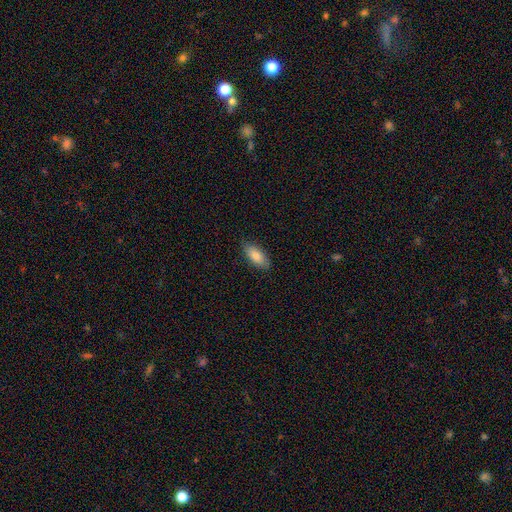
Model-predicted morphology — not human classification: Smooth or featured? Predicted: smooth (p=0.83). How rounded? Predicted: in between (p=0.84). Merging? Predicted: none (p=0.85).